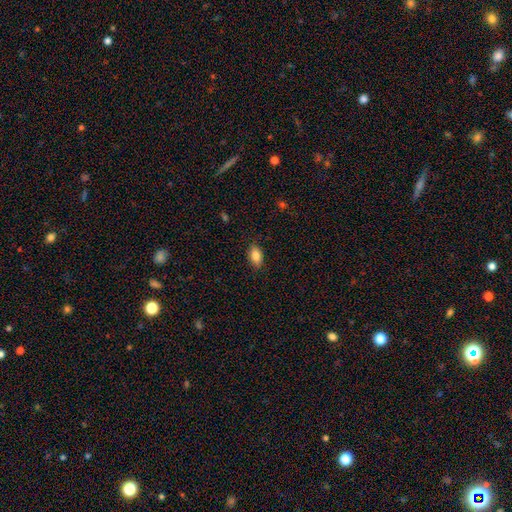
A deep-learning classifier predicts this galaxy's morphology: A smooth galaxy with no disk features (84%) that is in between round and cigar-shaped (89%). Merging: none (85%).